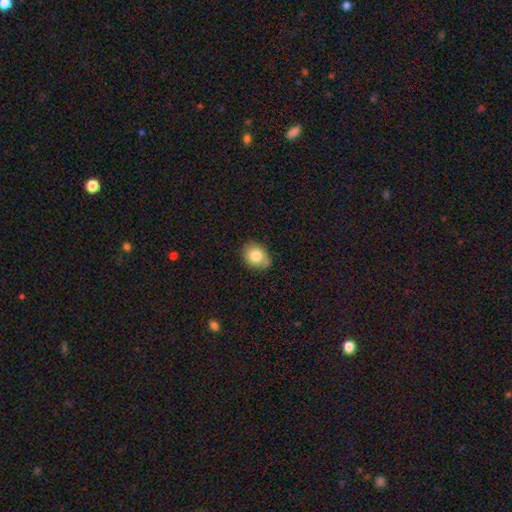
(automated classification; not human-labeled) This appears to be a smooth galaxy with no disk features (81%) that is round (50%). Merging: none (73%).